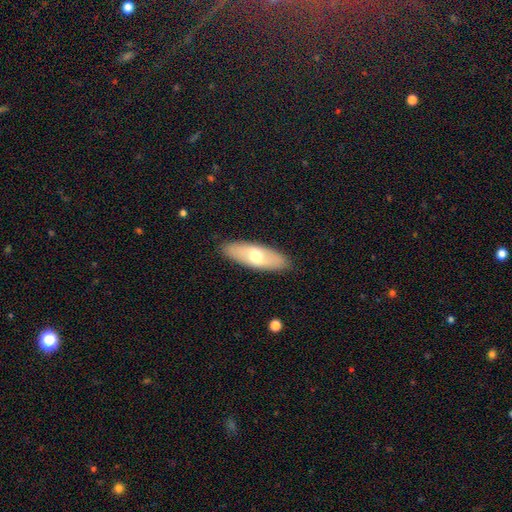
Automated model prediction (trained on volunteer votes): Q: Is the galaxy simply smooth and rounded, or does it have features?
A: smooth — 58%.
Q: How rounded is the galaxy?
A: in between — 68%.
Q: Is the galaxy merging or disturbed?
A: none — 88%.